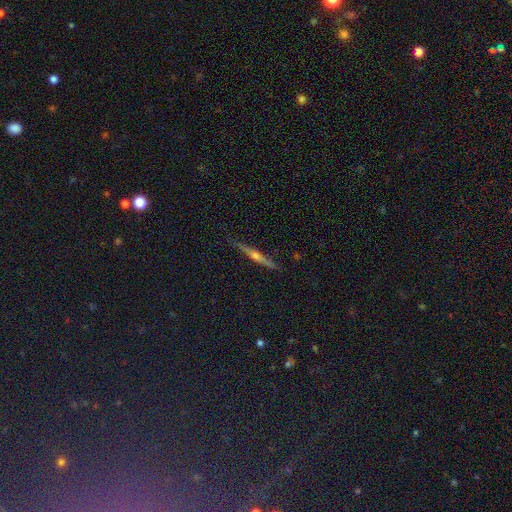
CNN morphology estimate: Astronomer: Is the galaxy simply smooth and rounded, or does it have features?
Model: featured or disk — 74%.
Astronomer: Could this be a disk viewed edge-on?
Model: yes — 98%.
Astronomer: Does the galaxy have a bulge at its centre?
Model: rounded — 89%.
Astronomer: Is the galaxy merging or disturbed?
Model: none — 89%.